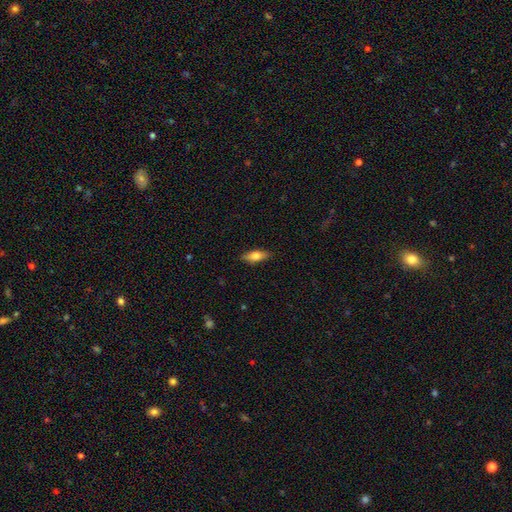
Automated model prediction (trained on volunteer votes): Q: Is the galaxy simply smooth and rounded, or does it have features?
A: smooth — 64%.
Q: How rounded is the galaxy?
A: in between — 62%.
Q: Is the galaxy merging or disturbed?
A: none — 88%.